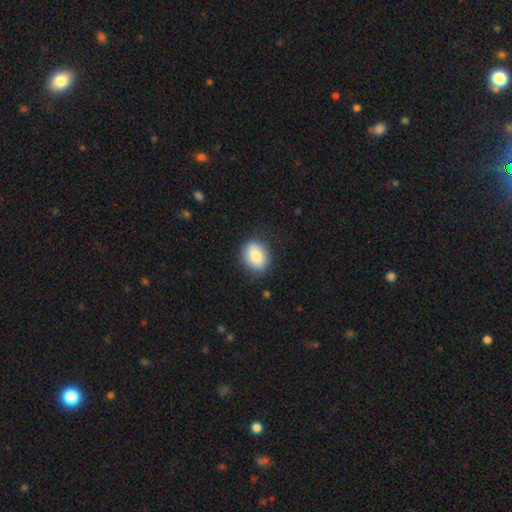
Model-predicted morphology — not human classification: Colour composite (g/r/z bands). It shows a smooth galaxy with no disk features (84%) that is in between round and cigar-shaped (61%). Merging: none (83%).